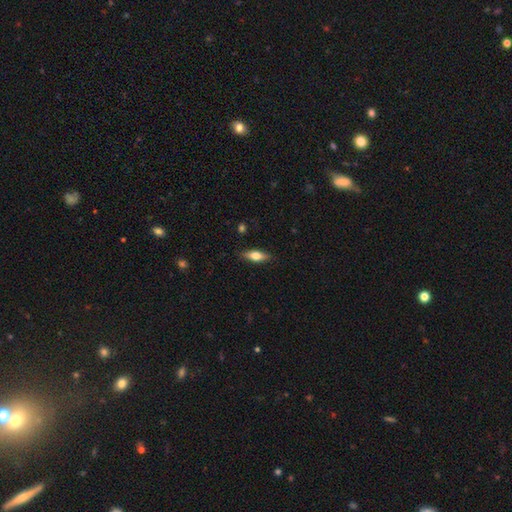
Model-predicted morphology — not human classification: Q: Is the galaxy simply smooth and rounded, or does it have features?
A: smooth — 62%.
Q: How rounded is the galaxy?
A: in between — 60%.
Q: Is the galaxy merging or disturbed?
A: none — 87%.